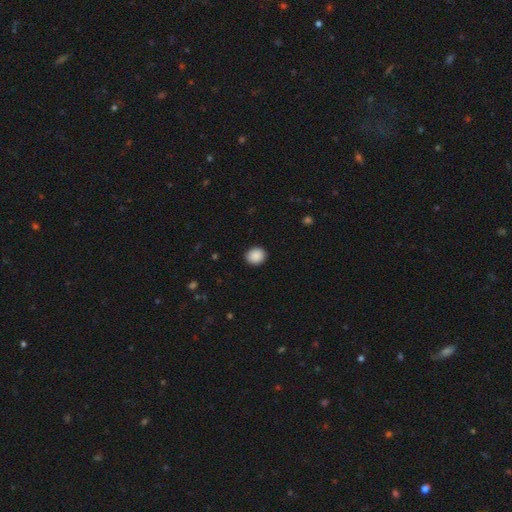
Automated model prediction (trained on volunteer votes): Smooth or featured?
  - smooth: 90% *
  - star or artifact: 8%
  - featured or disk: 2%
How rounded?
  - round: 78% *
  - in between: 21%
  - cigar-shaped: 1%
Merging?
  - none: 91% *
  - minor disturbance: 6%
  - major disturbance: 2%
  - merger: 1%